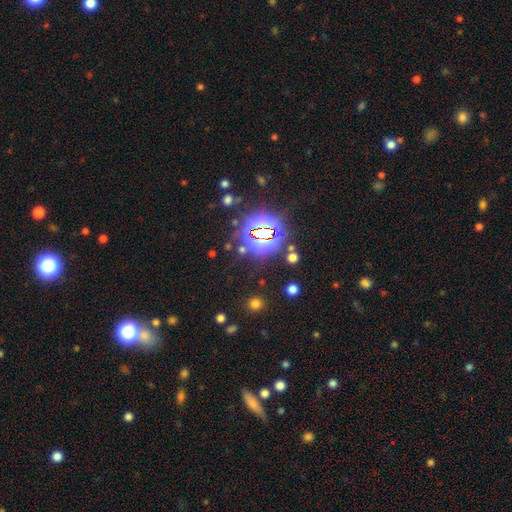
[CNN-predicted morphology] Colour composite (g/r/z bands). It shows a star or artifact, not a galaxy (78%).